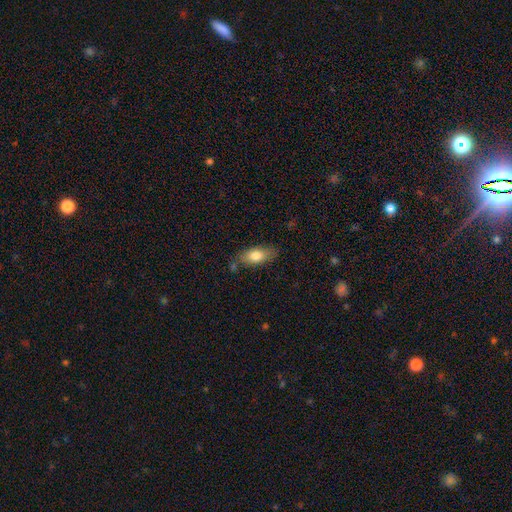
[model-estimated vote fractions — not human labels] smooth-or-featured: smooth: 77% | featured or disk: 16% | star or artifact: 7%
  how-rounded: in between: 84% | cigar-shaped: 12% | round: 4%
  merging: none: 75% | minor disturbance: 17% | merger: 5% | major disturbance: 4%